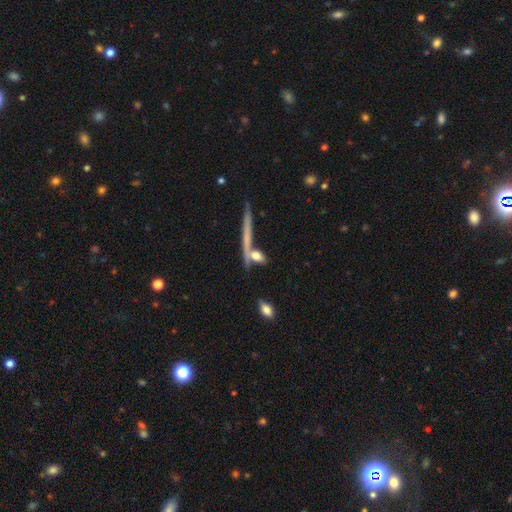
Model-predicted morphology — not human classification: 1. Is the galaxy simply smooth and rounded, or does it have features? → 63% smooth, 28% featured or disk, 9% star or artifact.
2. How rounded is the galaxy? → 42% cigar-shaped, 37% in between, 21% round.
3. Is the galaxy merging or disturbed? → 56% none, 23% merger, 14% minor disturbance, 7% major disturbance.